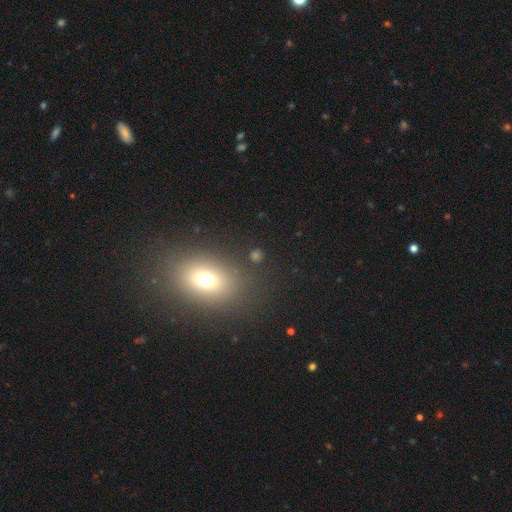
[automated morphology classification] smooth_or_featured: smooth (p=0.63) [alt: star or artifact p=0.25]
how_rounded: round (p=0.50) [alt: in between p=0.48]
merging: none (p=0.79) [alt: minor disturbance p=0.10]